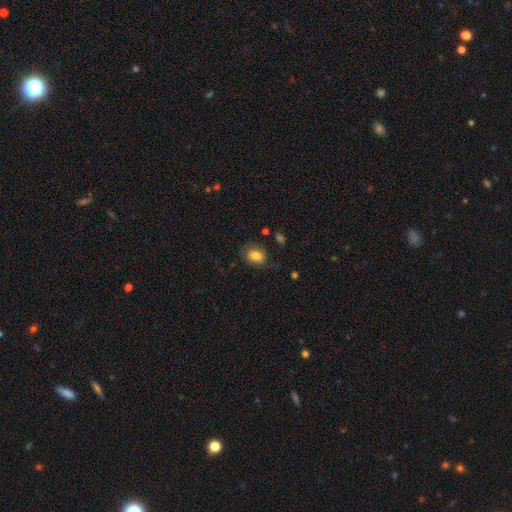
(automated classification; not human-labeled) Morphology: type=smooth (78%); roundness=in between (57%); merging=none (69%).